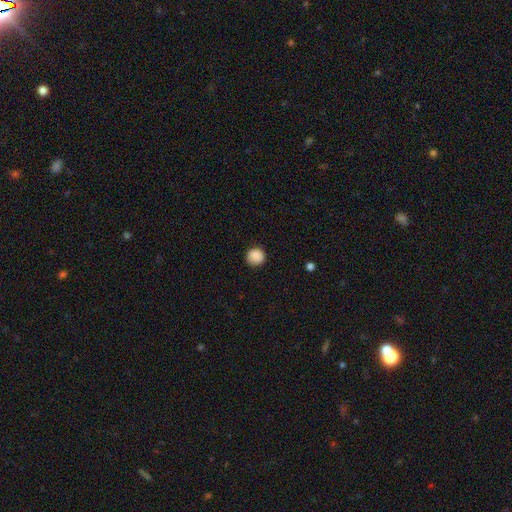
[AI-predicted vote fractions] Smooth or featured? Predicted: smooth (p=0.88). How rounded? Predicted: round (p=0.91). Merging? Predicted: none (p=0.87).